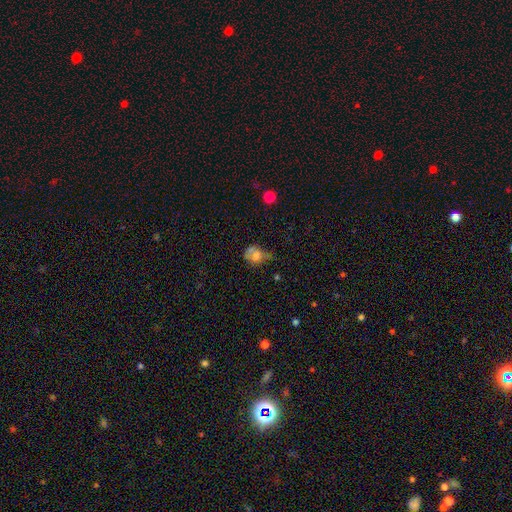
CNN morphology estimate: Smooth or featured?
  - smooth: 64% *
  - featured or disk: 24%
  - star or artifact: 12%
How rounded?
  - round: 50% *
  - in between: 48%
  - cigar-shaped: 2%
Merging?
  - minor disturbance: 30% *
  - none: 29%
  - major disturbance: 28%
  - merger: 13%